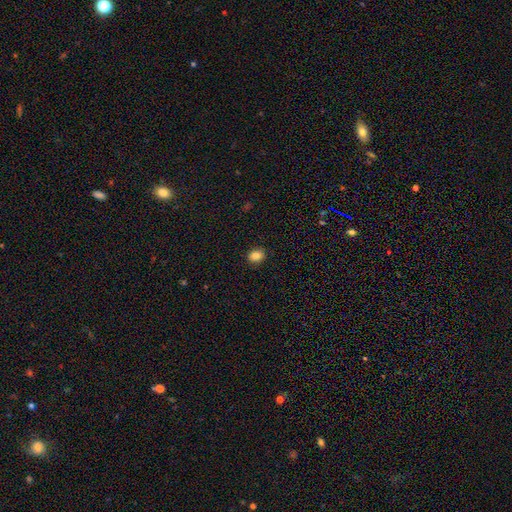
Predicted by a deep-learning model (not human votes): Q: Smooth or featured?
A: smooth (85%); runner-up: star or artifact (10%)
Q: How rounded?
A: in between (52%); runner-up: round (47%)
Q: Merging?
A: none (90%); runner-up: minor disturbance (8%)